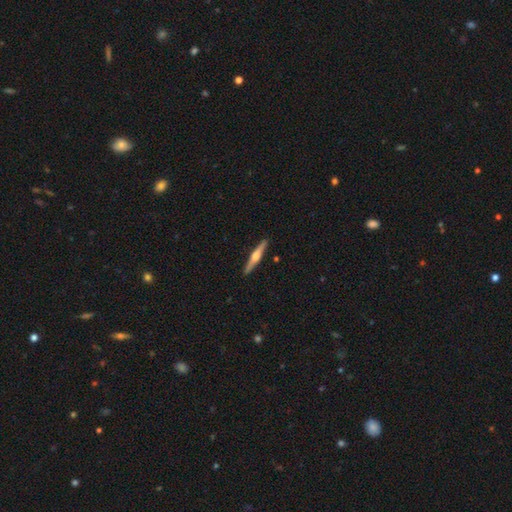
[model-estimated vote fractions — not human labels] This is likely a featured or disk galaxy (71%). It is clearly viewed edge-on (98%). Edge-on bulge: clearly rounded (91%). Merging: clearly none (92%).